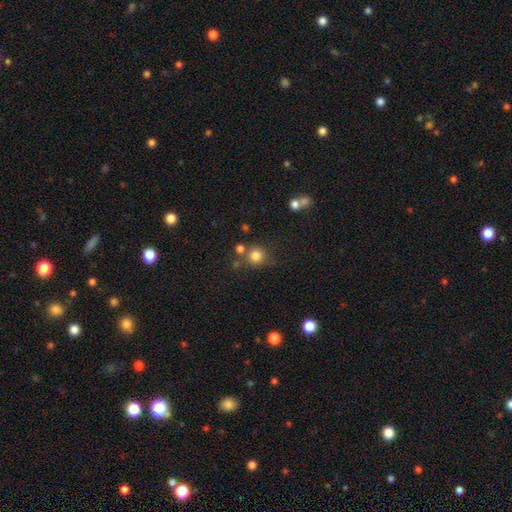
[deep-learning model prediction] Overall: smooth (81%). How rounded: round (90%). Merging: none (70%).